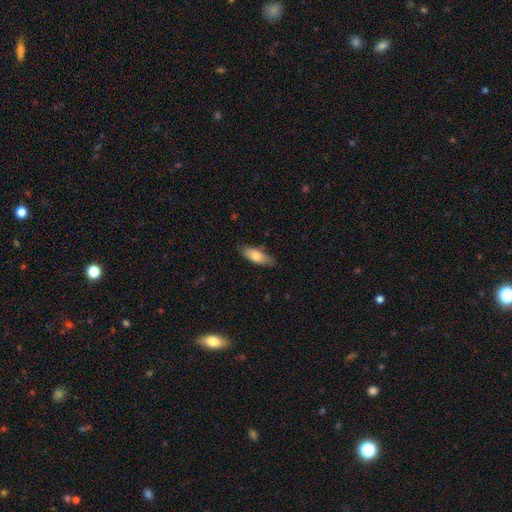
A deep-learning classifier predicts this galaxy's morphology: Smooth or featured: smooth — 75% (featured or disk — 19%)
How rounded: in between — 70% (cigar-shaped — 28%)
Merging: none — 78% (minor disturbance — 17%)